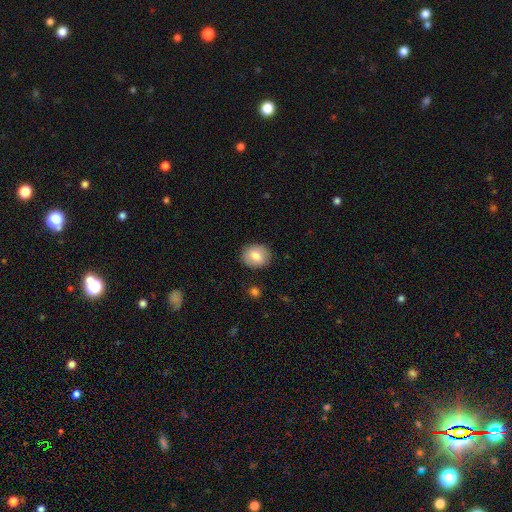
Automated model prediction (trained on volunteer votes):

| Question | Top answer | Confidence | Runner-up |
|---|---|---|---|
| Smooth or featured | smooth | 78% | featured or disk (14%) |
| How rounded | round | 66% | in between (33%) |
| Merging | none | 87% | minor disturbance (10%) |